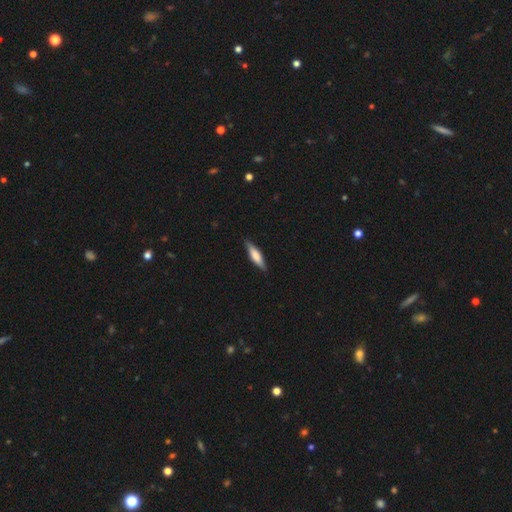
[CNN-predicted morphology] smooth-or-featured: smooth: 61% | featured or disk: 33% | star or artifact: 6%
  how-rounded: cigar-shaped: 74% | in between: 25% | round: 2%
  merging: none: 87% | minor disturbance: 10% | major disturbance: 2% | merger: 1%